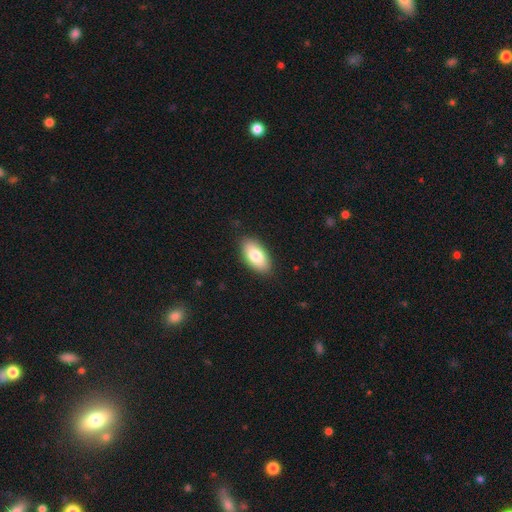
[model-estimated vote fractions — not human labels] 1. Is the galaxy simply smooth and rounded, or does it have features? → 81% smooth, 13% featured or disk, 6% star or artifact.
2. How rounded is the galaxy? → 94% in between, 4% cigar-shaped, 3% round.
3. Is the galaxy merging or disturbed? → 87% none, 10% minor disturbance, 2% major disturbance, 1% merger.